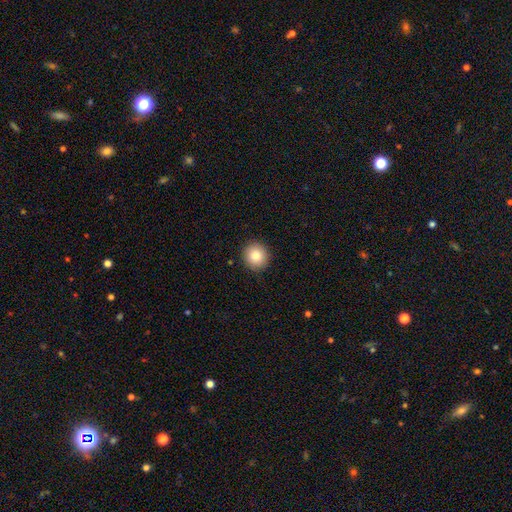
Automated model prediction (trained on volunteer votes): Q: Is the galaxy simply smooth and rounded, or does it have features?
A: smooth — 83%.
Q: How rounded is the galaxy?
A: round — 90%.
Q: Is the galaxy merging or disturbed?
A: none — 92%.